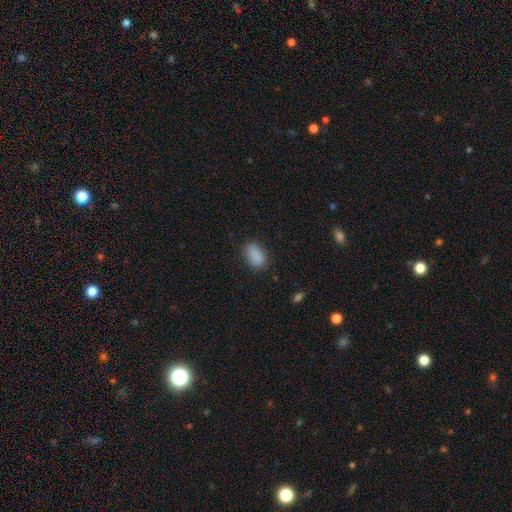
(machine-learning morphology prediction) A smooth galaxy with no disk features (87%) that is in between round and cigar-shaped (89%).

Vote fractions:
- Smooth or featured? smooth: 87% / star or artifact: 8% / featured or disk: 4%
- How rounded? in between: 89% / round: 8% / cigar-shaped: 2%
- Merging? none: 78% / minor disturbance: 16% / major disturbance: 4% / merger: 1%